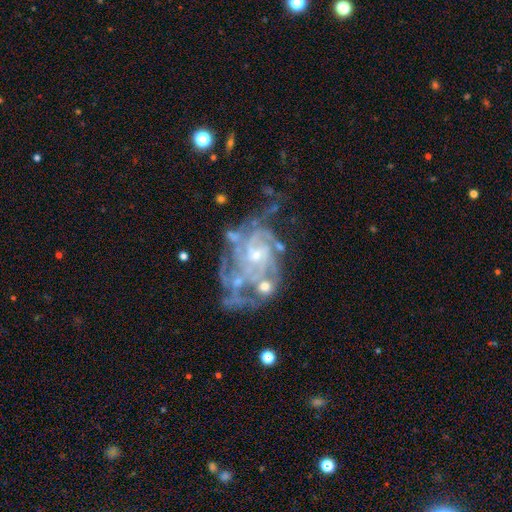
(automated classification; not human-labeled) smooth-or-featured: featured or disk: 88% | star or artifact: 7% | smooth: 5%
  disk-edge-on: no: 98% | yes: 2%
    bar: no: 71% | weak: 23% | strong: 6%
    has-spiral-arms: yes: 95% | no: 5%
      spiral-winding: tight: 62% | medium: 31% | loose: 7%
      spiral-arm-count: can't tell: 26% (tied) | 4: 26% (tied) | more than 4: 17% | 3: 16% | 2: 9% | 1: 6%
    bulge-size: small: 77% | moderate: 17% | none: 4% | large: 1% | dominant: 1%
  merging: none: 43% | major disturbance: 25% | minor disturbance: 22% | merger: 10%